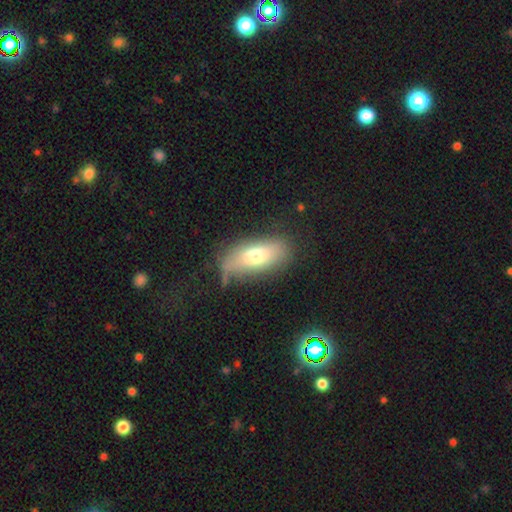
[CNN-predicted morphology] This is likely a smooth galaxy (68%). How rounded: clearly in between (82%). Merging: likely none (62%).